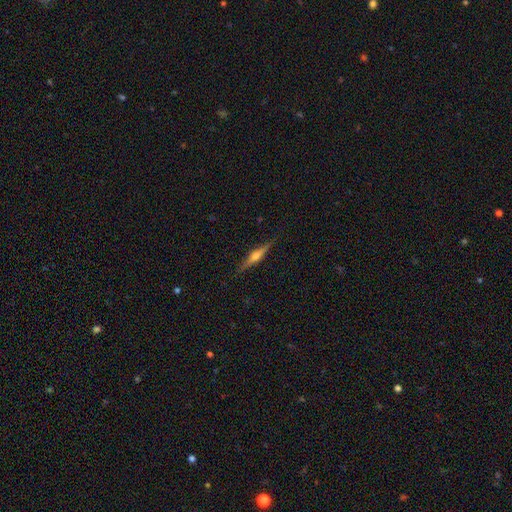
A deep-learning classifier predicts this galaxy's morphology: Smooth or featured: featured or disk — 72% (smooth — 22%)
Edge-on disk: yes — 98% (no — 2%)
Edge-on bulge: rounded — 91% (boxy — 6%)
Merging: none — 89% (minor disturbance — 8%)